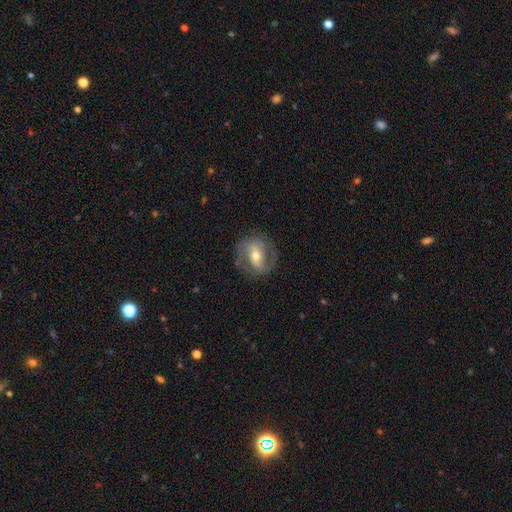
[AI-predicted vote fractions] Smooth or featured: featured or disk — 75% (smooth — 19%)
Edge-on disk: no — 97% (yes — 3%)
Bar: weak — 42% (no — 31%)
Spiral arms: yes — 88% (no — 12%)
Spiral winding: medium — 49% (tight — 28%)
Spiral arm count: 2 — 84% (can't tell — 8%)
Bulge size: moderate — 66% (small — 28%)
Merging: none — 76% (minor disturbance — 15%)